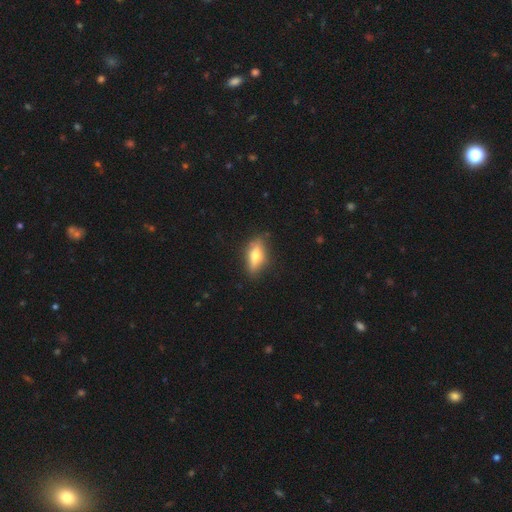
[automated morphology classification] Overall: smooth (52%; featured or disk 40%). How rounded: in between (64%; cigar-shaped 32%). Merging: none (81%).